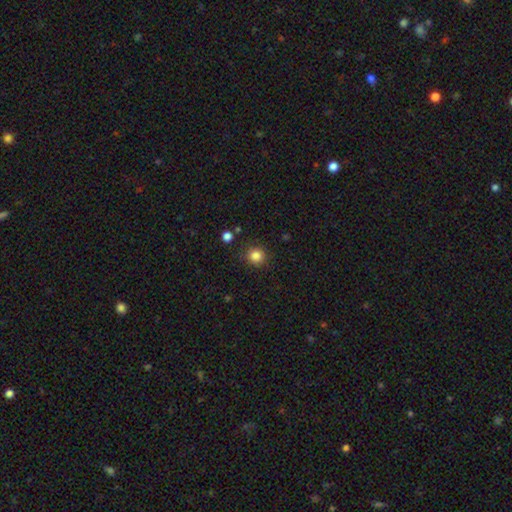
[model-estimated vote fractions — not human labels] Morphology: type=smooth (84%); roundness=round (92%); merging=none (88%).